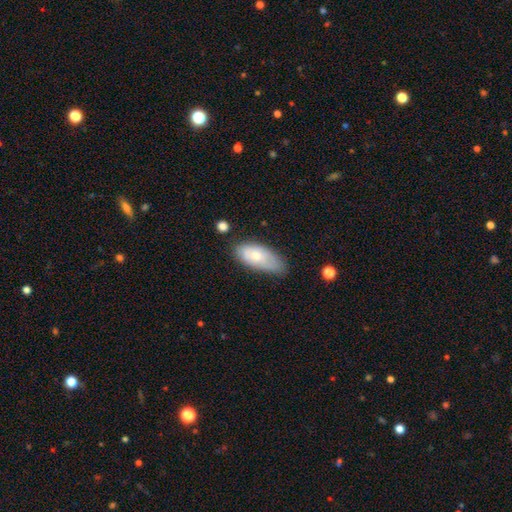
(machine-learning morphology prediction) A smooth galaxy with no disk features (61%) that is in between round and cigar-shaped (88%). Merging: none (57%).